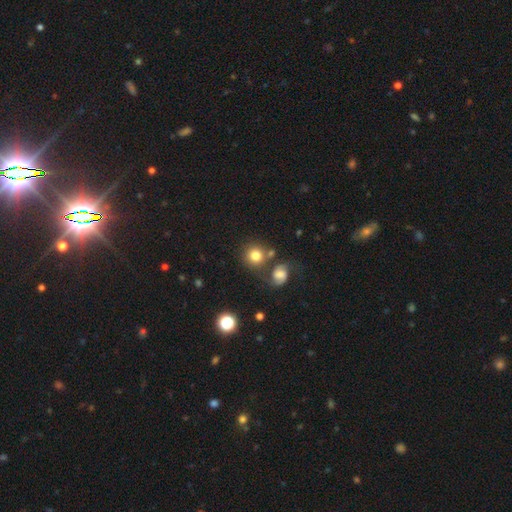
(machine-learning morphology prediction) smooth-or-featured: smooth: 75% | featured or disk: 14% | star or artifact: 11%
  how-rounded: round: 88% | in between: 11% | cigar-shaped: 1%
  merging: none: 62% | merger: 21% | minor disturbance: 12% | major disturbance: 6%